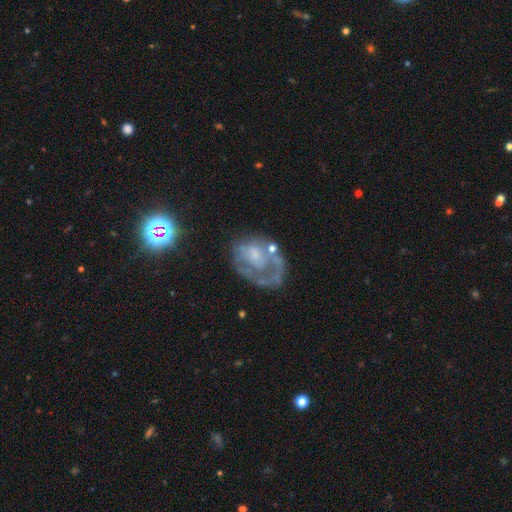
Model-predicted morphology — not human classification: Smooth or featured? Predicted: featured or disk (p=0.67). Edge-on disk? Predicted: no (p=0.97). Bar? Predicted: no (p=0.78). Spiral arms? Predicted: no (p=0.56). Bulge size? Predicted: none (p=0.38). Merging? Predicted: none (p=0.41).